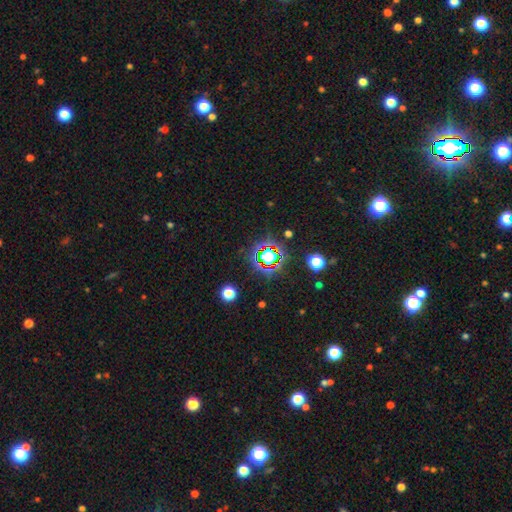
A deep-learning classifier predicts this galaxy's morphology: This appears to be a star or artifact, not a galaxy (77%).